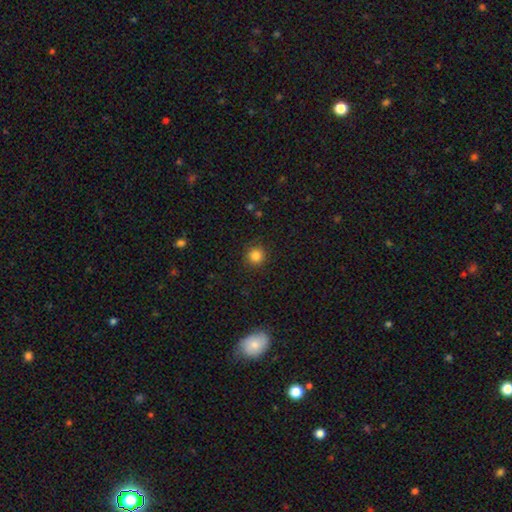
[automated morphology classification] A smooth galaxy with no disk features (84%) that is round (94%). Merging: none (90%).